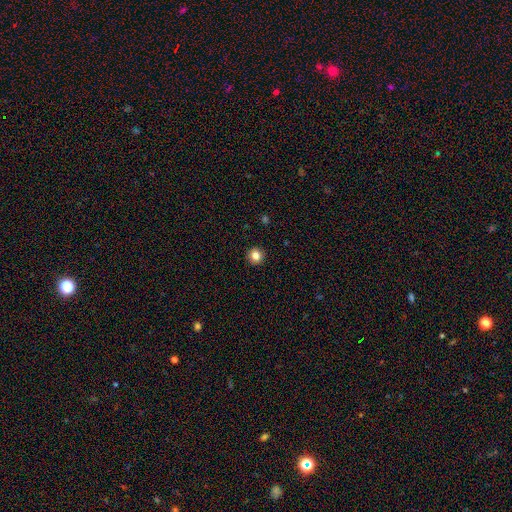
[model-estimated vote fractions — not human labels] This is clearly a smooth galaxy (84%). How rounded: clearly round (94%). Merging: clearly none (93%).